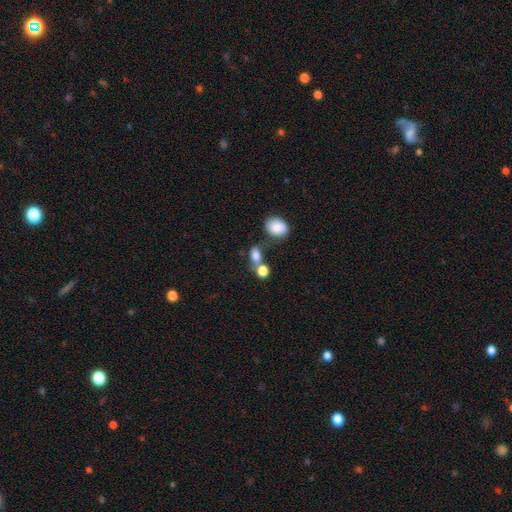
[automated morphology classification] Smooth or featured? smooth (80%)
How rounded? in between (60%)
Merging? none (42%)